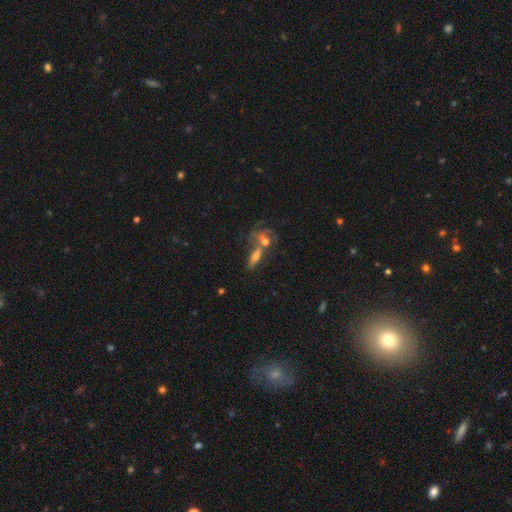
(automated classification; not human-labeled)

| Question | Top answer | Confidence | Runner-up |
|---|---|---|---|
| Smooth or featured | smooth | 43% | featured or disk (38%) |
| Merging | merger | 43% | none (40%) |